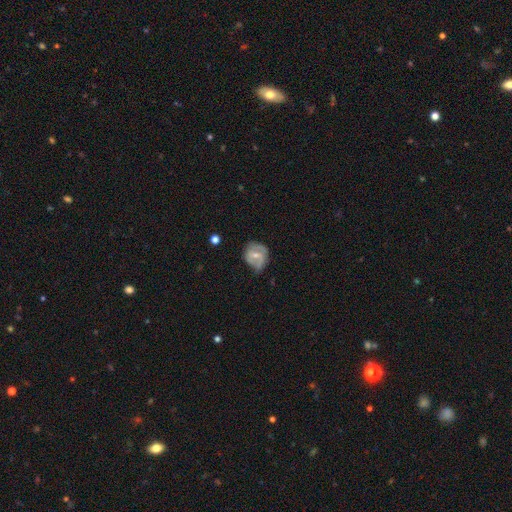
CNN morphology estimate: featured or disk 56%, smooth 37%, star or artifact 7%. Down the decision tree: edge-on disk — no (96%); bar — weak (45%); spiral arms — yes (60%); bulge size — moderate (53%); merging — none (47%).